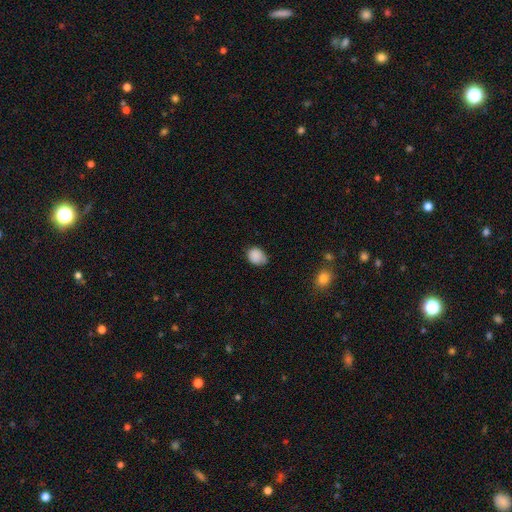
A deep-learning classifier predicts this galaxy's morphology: Smooth or featured? smooth (87%)
How rounded? in between (57%)
Merging? none (61%)